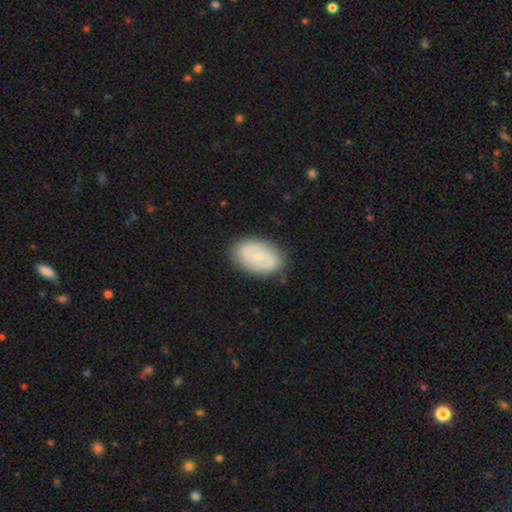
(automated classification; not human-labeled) The model was most divided on "smooth or featured": featured or disk: 49%, smooth: 45%, star or artifact: 6%. More confident: merging — none (84%).